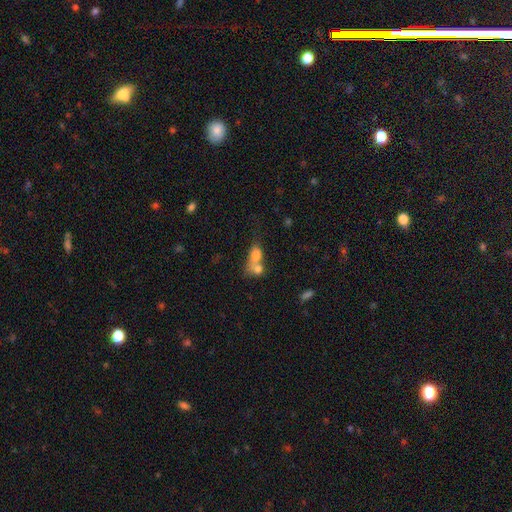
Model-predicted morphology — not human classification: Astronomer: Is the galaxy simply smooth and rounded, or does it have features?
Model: smooth — 72%.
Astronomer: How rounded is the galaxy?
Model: in between — 60% (runner-up: round, 35%).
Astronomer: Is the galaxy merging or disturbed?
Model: merger — 68%.